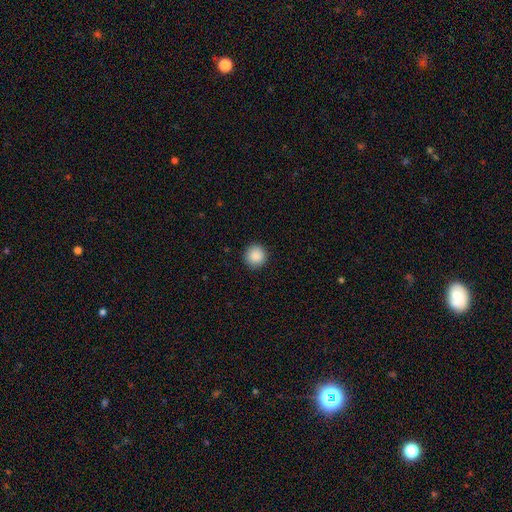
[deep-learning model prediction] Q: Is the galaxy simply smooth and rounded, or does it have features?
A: smooth — 89%.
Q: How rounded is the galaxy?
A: round — 95%.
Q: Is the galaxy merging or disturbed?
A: none — 92%.